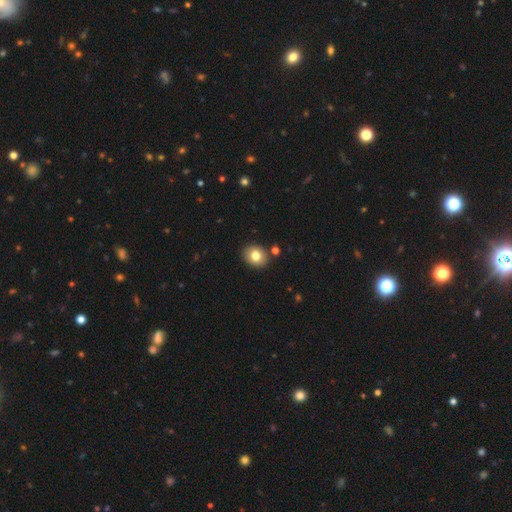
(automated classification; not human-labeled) Smooth or featured: smooth — 80% (featured or disk — 10%)
How rounded: round — 56% (in between — 43%)
Merging: none — 86% (minor disturbance — 8%)